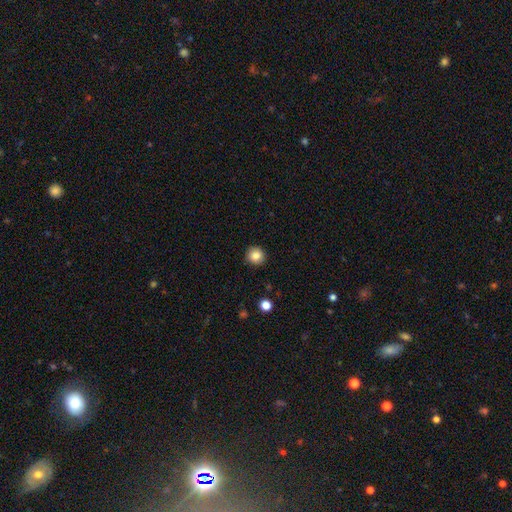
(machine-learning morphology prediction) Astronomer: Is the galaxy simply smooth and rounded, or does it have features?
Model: smooth — 84%.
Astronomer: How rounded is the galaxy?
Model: round — 92%.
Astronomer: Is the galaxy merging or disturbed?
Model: none — 90%.